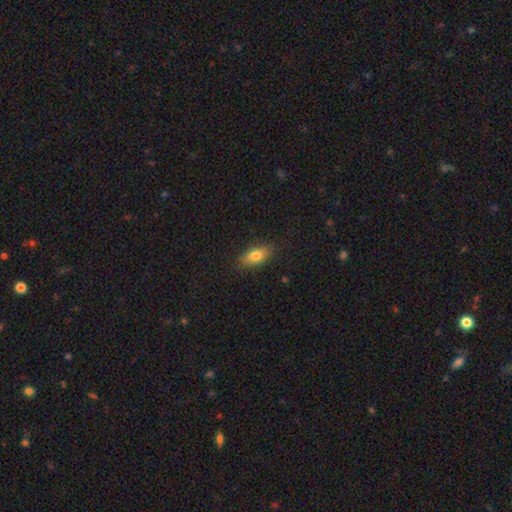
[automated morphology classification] Overall: smooth (77%). How rounded: in between (84%). Merging: none (84%).